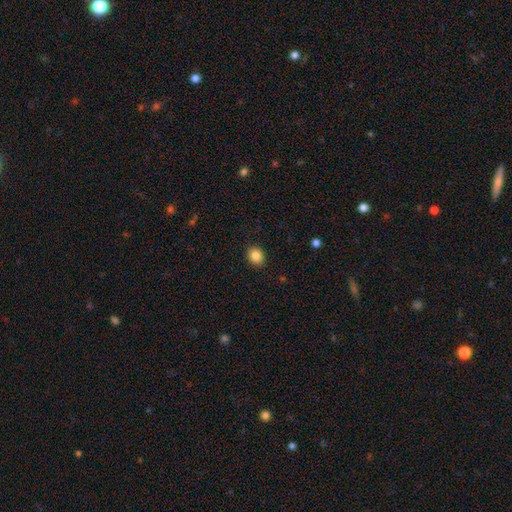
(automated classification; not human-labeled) This is clearly a smooth galaxy (86%). How rounded: possibly round (55%). Merging: clearly none (90%).